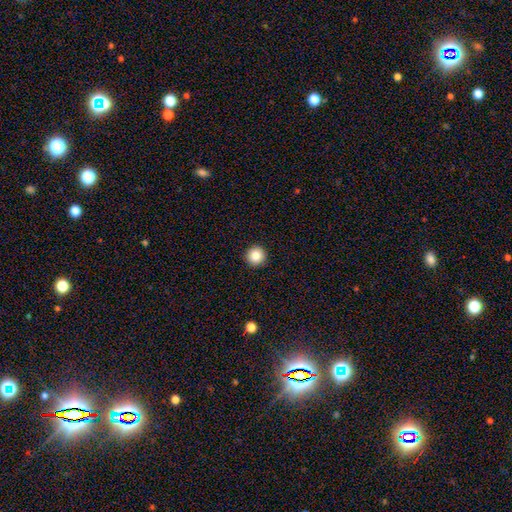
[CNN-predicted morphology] smooth-or-featured: smooth: 85% | star or artifact: 10% | featured or disk: 5%
  how-rounded: round: 96% | in between: 3% | cigar-shaped: 1%
  merging: none: 94% | minor disturbance: 4% | major disturbance: 1% | merger: 1%